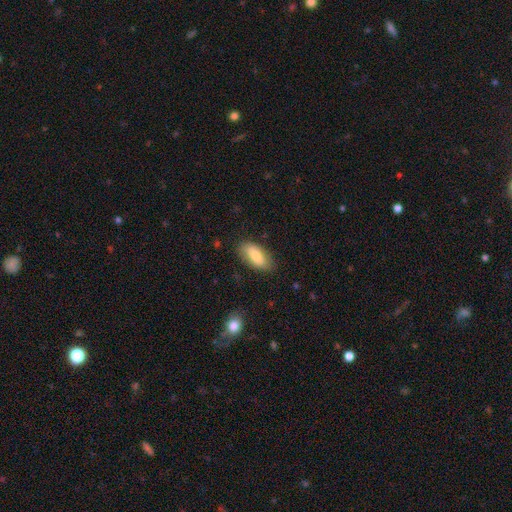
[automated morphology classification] This is likely a smooth galaxy (77%). How rounded: clearly in between (87%). Merging: clearly none (80%).